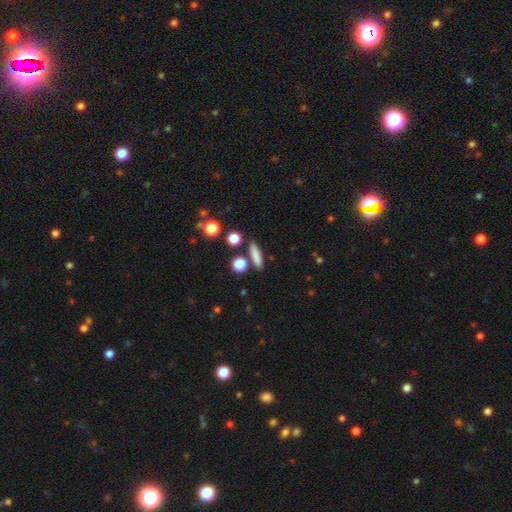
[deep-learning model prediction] A smooth galaxy with no disk features (81%) that is cigar-shaped (71%).

Vote fractions:
- Smooth or featured? smooth: 81% / featured or disk: 10% / star or artifact: 9%
- How rounded? cigar-shaped: 71% / in between: 21% / round: 8%
- Merging? none: 82% / minor disturbance: 9% / merger: 6% / major disturbance: 3%